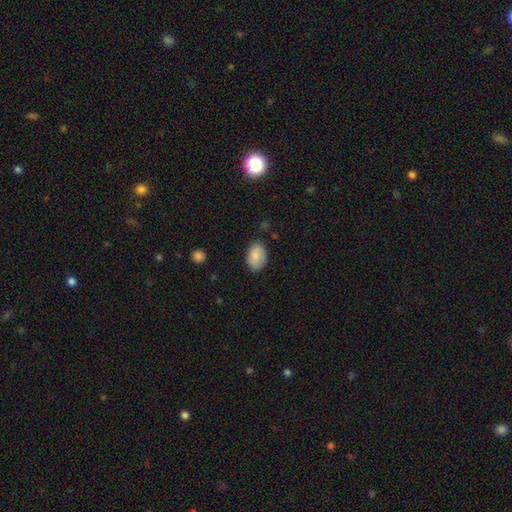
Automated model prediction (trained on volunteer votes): Smooth or featured?
  - smooth: 83% *
  - featured or disk: 10%
  - star or artifact: 7%
How rounded?
  - in between: 88% *
  - round: 11%
  - cigar-shaped: 1%
Merging?
  - none: 75% *
  - minor disturbance: 19%
  - major disturbance: 4%
  - merger: 1%